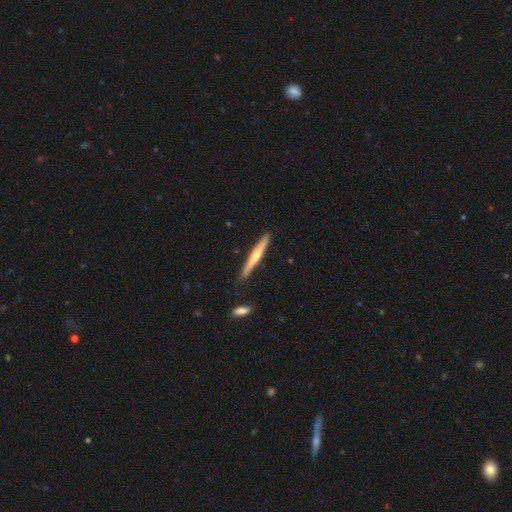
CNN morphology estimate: A featured or disk galaxy (51%) viewed edge-on (96%).

Vote fractions:
- Smooth or featured? featured or disk: 51% / smooth: 44% / star or artifact: 5%
- Edge-on disk? yes: 96% / no: 4%
- Merging? none: 85% / minor disturbance: 11% / merger: 2% / major disturbance: 2%